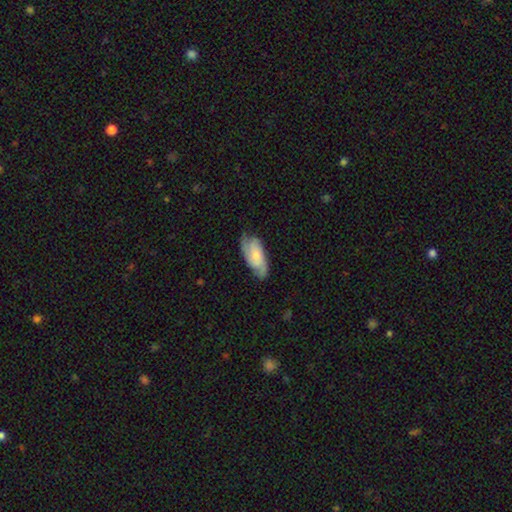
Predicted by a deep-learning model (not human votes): Smooth or featured: featured or disk — 62% (smooth — 32%)
Edge-on disk: no — 93% (yes — 7%)
Bar: no — 70% (weak — 25%)
Spiral arms: yes — 92% (no — 8%)
Spiral winding: medium — 43% (tight — 40%)
Spiral arm count: 2 — 57% (can't tell — 20%)
Bulge size: small — 48% (moderate — 39%)
Merging: none — 69% (minor disturbance — 23%)